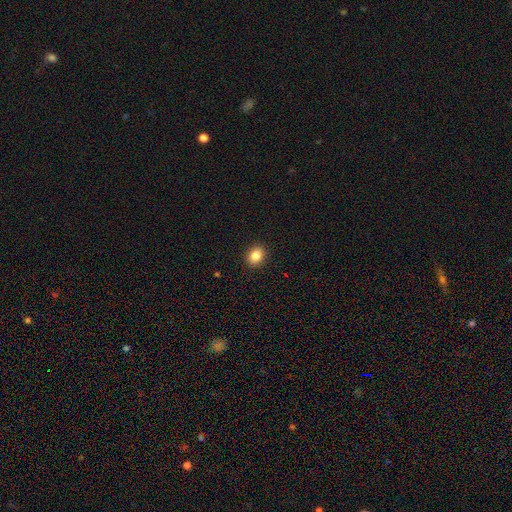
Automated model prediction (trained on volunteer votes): Smooth or featured: smooth — 86% (star or artifact — 9%)
How rounded: in between — 54% (round — 45%)
Merging: none — 91% (minor disturbance — 6%)